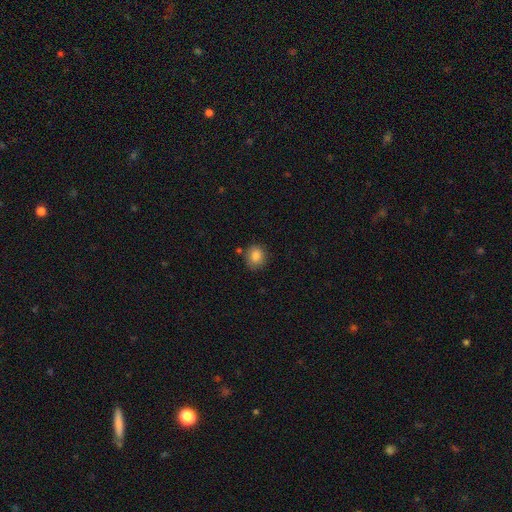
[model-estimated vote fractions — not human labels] smooth 85%, star or artifact 9%, featured or disk 6%. Down the decision tree: how rounded — round (75%); merging — none (78%).